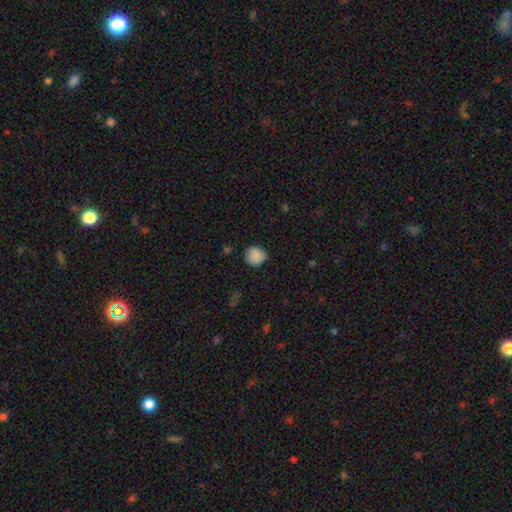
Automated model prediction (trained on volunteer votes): Q: Smooth or featured?
A: smooth (87%); runner-up: star or artifact (8%)
Q: How rounded?
A: round (85%); runner-up: in between (14%)
Q: Merging?
A: none (75%); runner-up: minor disturbance (20%)